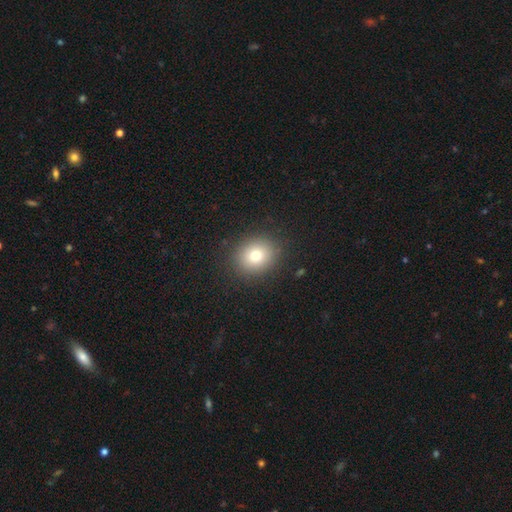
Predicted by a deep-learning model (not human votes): Overall: smooth (76%). How rounded: round (72%). Merging: none (88%).